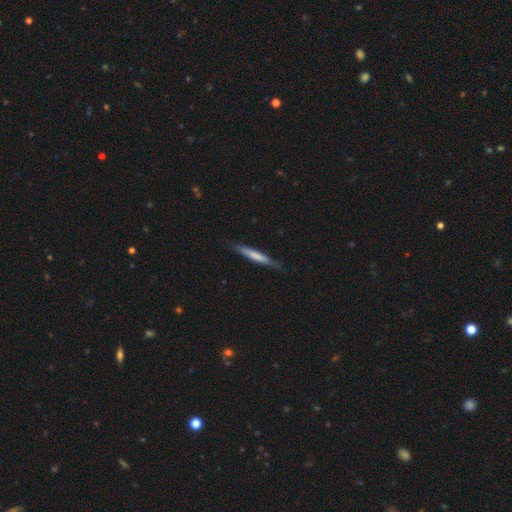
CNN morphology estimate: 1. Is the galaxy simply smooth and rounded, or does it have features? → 62% smooth, 33% featured or disk, 5% star or artifact.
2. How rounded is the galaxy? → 94% cigar-shaped, 4% in between, 1% round.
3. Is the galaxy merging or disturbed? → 84% none, 13% minor disturbance, 2% major disturbance, 1% merger.